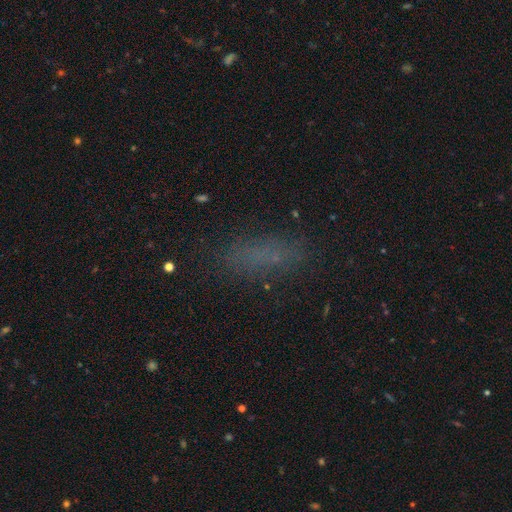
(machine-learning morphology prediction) Smooth or featured? Predicted: smooth (p=0.68). How rounded? Predicted: cigar-shaped (p=0.49). Merging? Predicted: none (p=0.82).